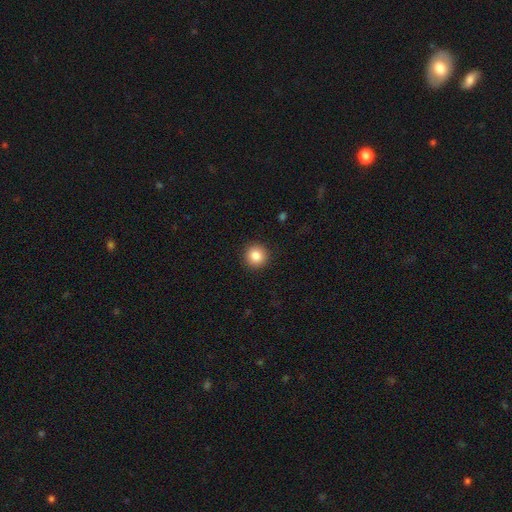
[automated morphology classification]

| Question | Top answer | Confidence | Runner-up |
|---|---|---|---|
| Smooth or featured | smooth | 86% | star or artifact (9%) |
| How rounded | round | 94% | in between (5%) |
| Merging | none | 92% | minor disturbance (5%) |